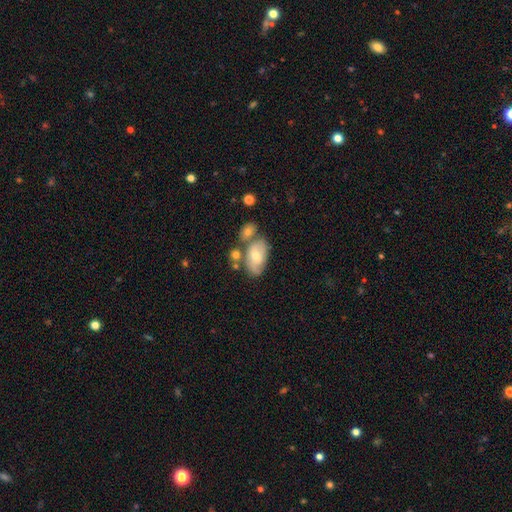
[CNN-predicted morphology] A smooth galaxy with no disk features (50%) that is in between round and cigar-shaped (89%). Merging: none (45%).